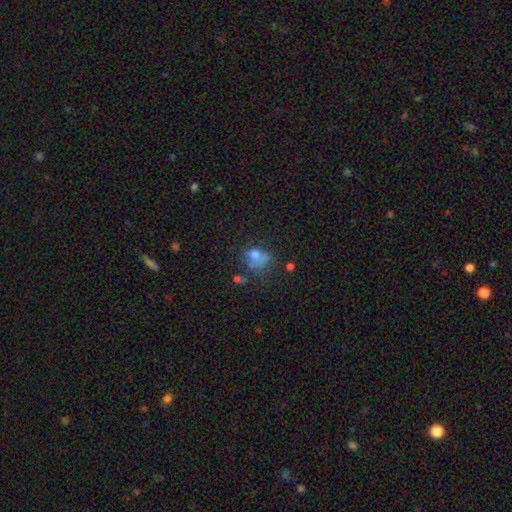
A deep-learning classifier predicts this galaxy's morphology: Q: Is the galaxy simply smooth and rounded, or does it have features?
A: smooth — 58%.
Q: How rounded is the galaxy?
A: round — 52%.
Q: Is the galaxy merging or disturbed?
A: none — 32%.